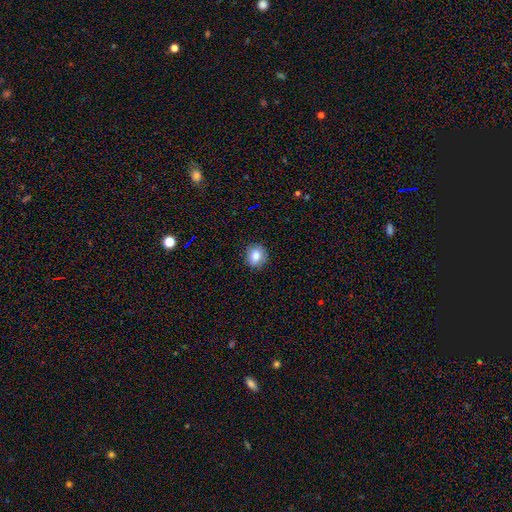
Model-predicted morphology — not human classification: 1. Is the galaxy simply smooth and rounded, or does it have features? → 81% smooth, 10% star or artifact, 9% featured or disk.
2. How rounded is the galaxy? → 71% round, 28% in between, 1% cigar-shaped.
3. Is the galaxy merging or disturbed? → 86% none, 10% minor disturbance, 2% major disturbance, 1% merger.